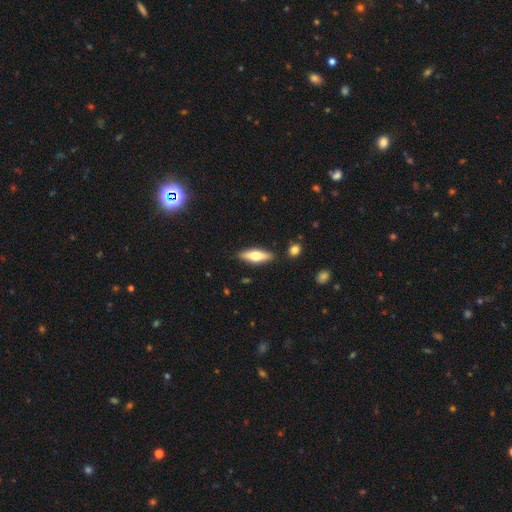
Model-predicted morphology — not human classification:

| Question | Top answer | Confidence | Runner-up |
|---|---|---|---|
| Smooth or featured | smooth | 56% | featured or disk (38%) |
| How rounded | in between | 55% | cigar-shaped (43%) |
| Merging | none | 86% | minor disturbance (9%) |